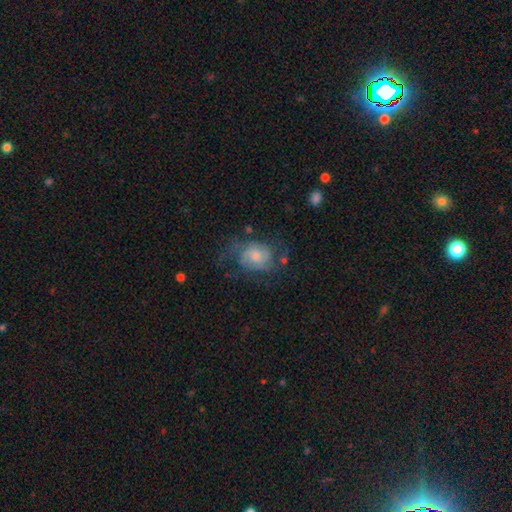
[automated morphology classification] type=featured or disk (68%); edge-on=no (97%); bar=no (71%); spiral arms=yes (86%); winding=medium (44%); arm count=2 (49%); bulge=moderate (44%); merging=none (56%).